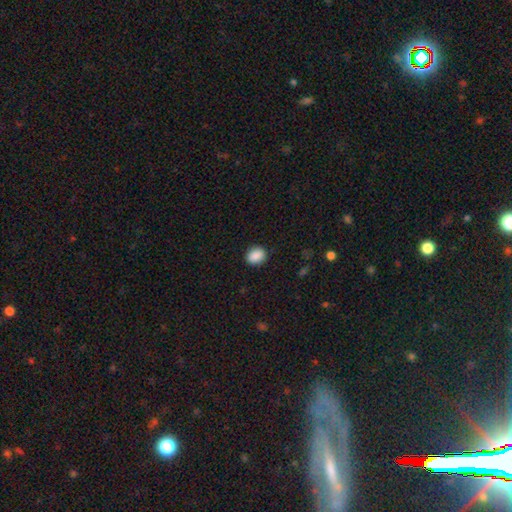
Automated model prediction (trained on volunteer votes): Smooth or featured?
  - smooth: 89% *
  - star or artifact: 8%
  - featured or disk: 3%
How rounded?
  - in between: 57% *
  - round: 42%
  - cigar-shaped: 1%
Merging?
  - none: 88% *
  - minor disturbance: 9%
  - major disturbance: 2%
  - merger: 1%